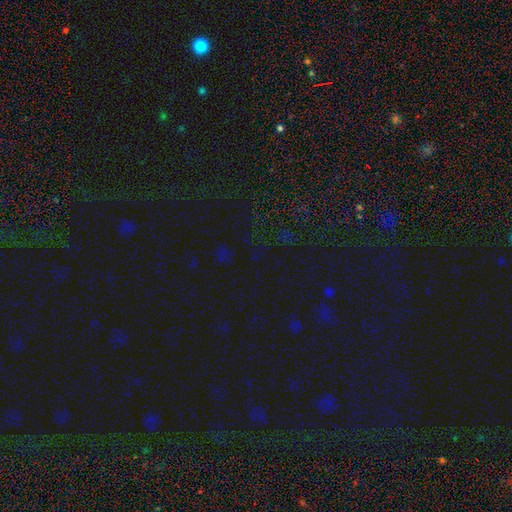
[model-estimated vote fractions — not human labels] Smooth or featured? Predicted: star or artifact (p=0.76).